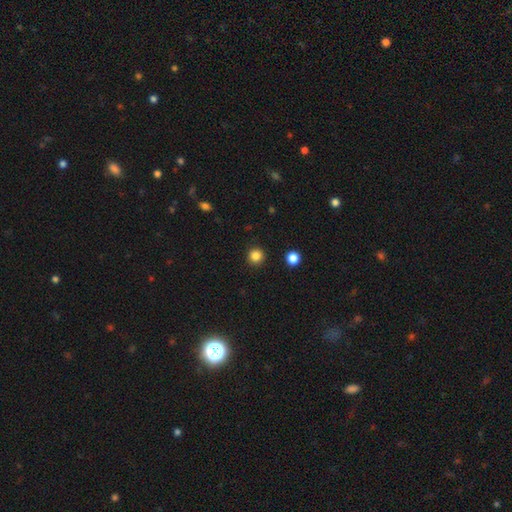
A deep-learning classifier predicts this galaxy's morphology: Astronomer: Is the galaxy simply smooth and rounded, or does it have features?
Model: smooth — 85%.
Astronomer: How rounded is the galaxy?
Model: round — 95%.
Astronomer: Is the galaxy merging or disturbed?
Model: none — 92%.